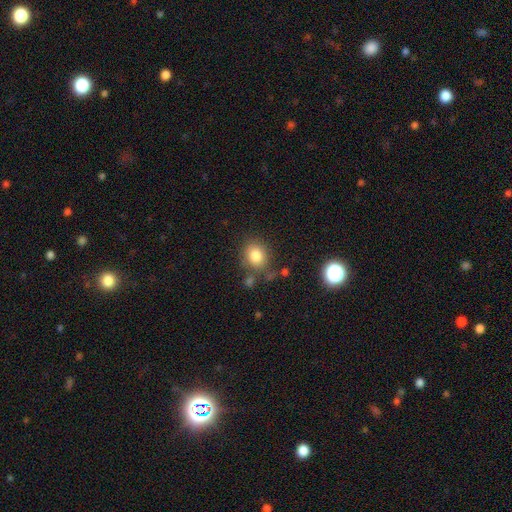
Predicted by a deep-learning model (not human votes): Smooth or featured: smooth — 82% (star or artifact — 11%)
How rounded: round — 64% (in between — 35%)
Merging: none — 75% (minor disturbance — 14%)